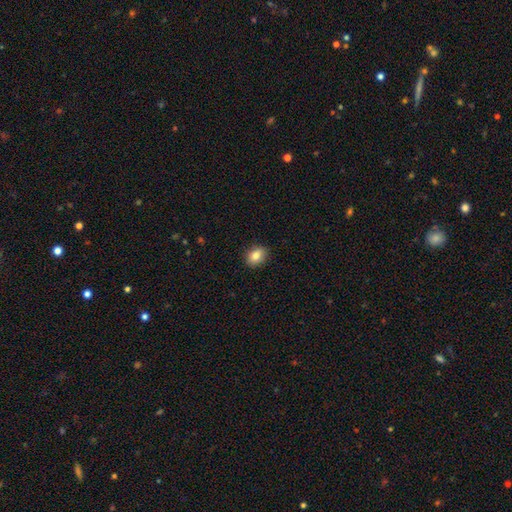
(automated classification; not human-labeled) A smooth galaxy with no disk features (81%) that is in between round and cigar-shaped (66%).

Vote fractions:
- Smooth or featured? smooth: 81% / featured or disk: 10% / star or artifact: 9%
- How rounded? in between: 66% / round: 33% / cigar-shaped: 1%
- Merging? none: 88% / minor disturbance: 9% / major disturbance: 2% / merger: 1%